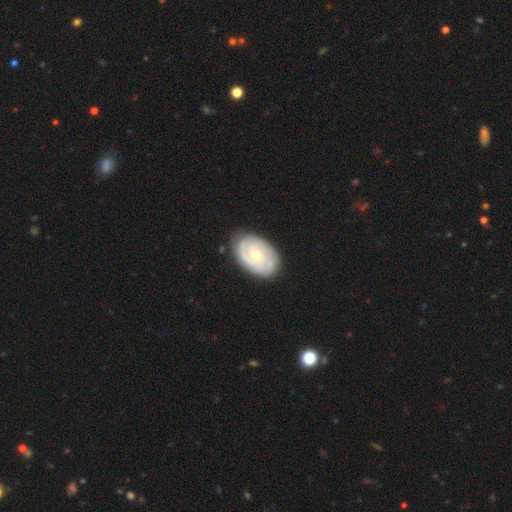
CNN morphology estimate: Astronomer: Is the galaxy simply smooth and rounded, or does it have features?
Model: featured or disk — 75%.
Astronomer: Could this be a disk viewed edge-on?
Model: no — 96%.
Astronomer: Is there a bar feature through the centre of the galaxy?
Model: no — 68%.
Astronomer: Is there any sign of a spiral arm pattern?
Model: yes — 90%.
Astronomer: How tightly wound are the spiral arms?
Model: tight — 66%.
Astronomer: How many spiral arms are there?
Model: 2 — 40% (runner-up: can't tell, 32%).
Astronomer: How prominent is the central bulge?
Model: moderate — 50% (runner-up: small, 46%).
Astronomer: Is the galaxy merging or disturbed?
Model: none — 80%.